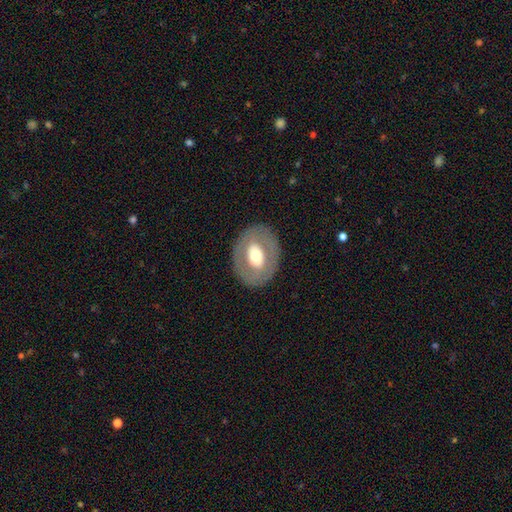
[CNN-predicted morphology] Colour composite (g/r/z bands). It shows a featured or disk galaxy (48%). Merging: none (84%).